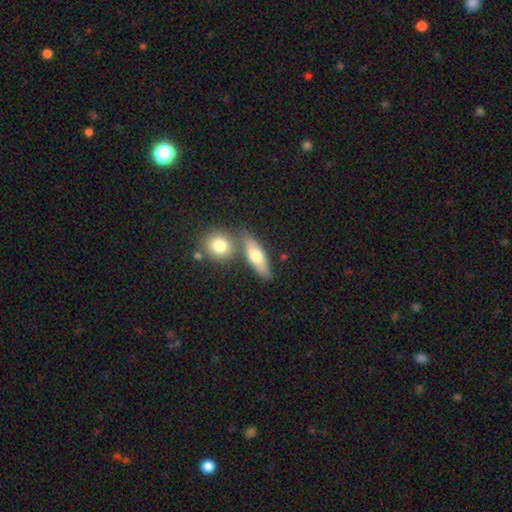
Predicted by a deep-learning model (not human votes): Smooth or featured? Predicted: smooth (p=0.65). How rounded? Predicted: in between (p=0.57). Merging? Predicted: none (p=0.62).